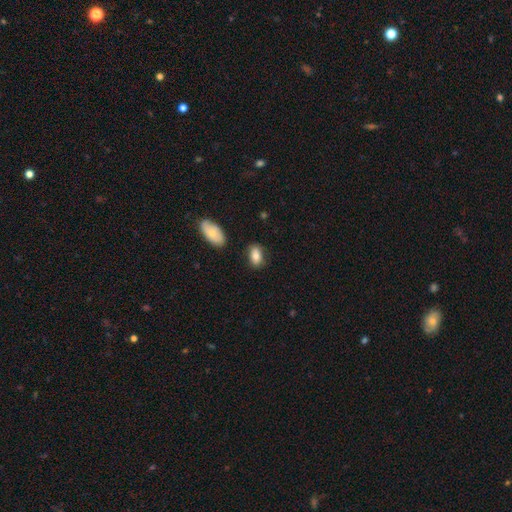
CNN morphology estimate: Smooth or featured?
  - smooth: 79% *
  - featured or disk: 13%
  - star or artifact: 8%
How rounded?
  - in between: 89% *
  - round: 8%
  - cigar-shaped: 3%
Merging?
  - none: 79% *
  - minor disturbance: 15%
  - merger: 4%
  - major disturbance: 3%